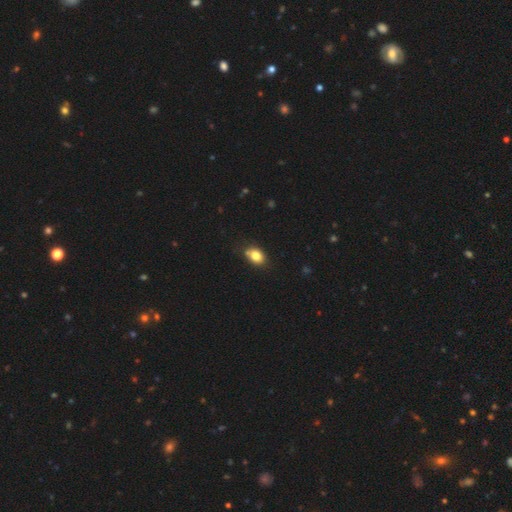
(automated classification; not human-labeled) A smooth galaxy with no disk features (81%) that is in between round and cigar-shaped (76%).

Vote fractions:
- Smooth or featured? smooth: 81% / star or artifact: 9% / featured or disk: 9%
- How rounded? in between: 76% / round: 22% / cigar-shaped: 2%
- Merging? none: 71% / minor disturbance: 20% / merger: 5% / major disturbance: 4%